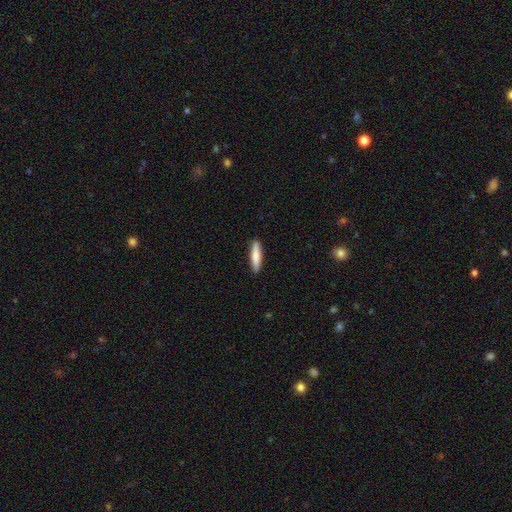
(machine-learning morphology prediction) Overall: smooth (81%). How rounded: cigar-shaped (82%). Merging: none (90%).